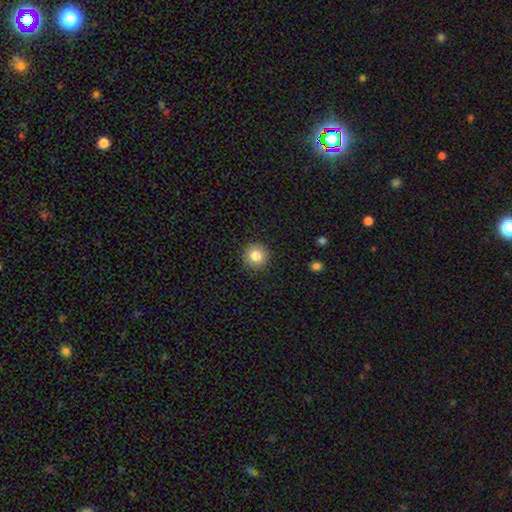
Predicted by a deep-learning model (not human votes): Overall: smooth (83%). How rounded: round (94%). Merging: none (91%).